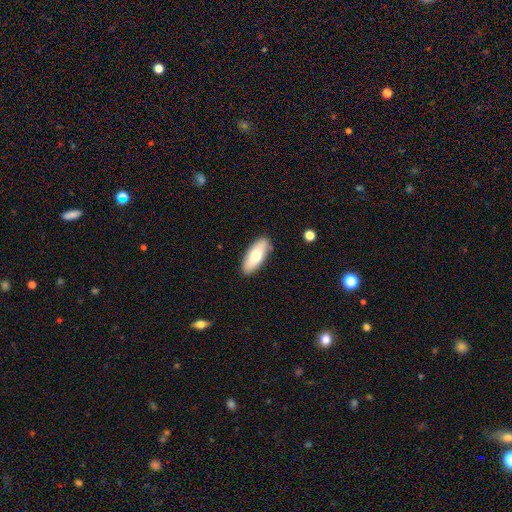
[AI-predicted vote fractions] Smooth or featured: smooth — 74% (featured or disk — 20%)
How rounded: in between — 76% (cigar-shaped — 22%)
Merging: none — 86% (minor disturbance — 11%)